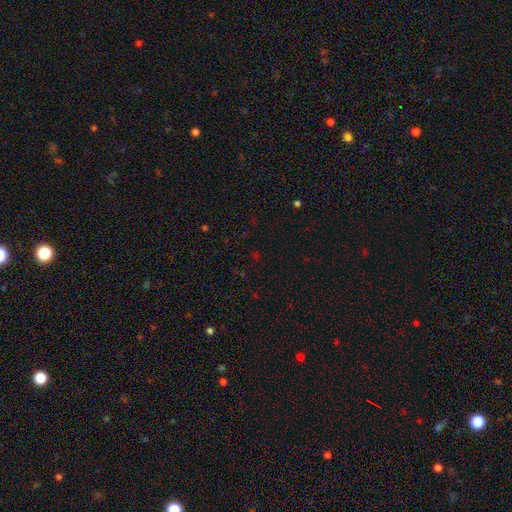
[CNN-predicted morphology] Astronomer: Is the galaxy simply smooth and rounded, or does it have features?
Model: star or artifact — 60%.